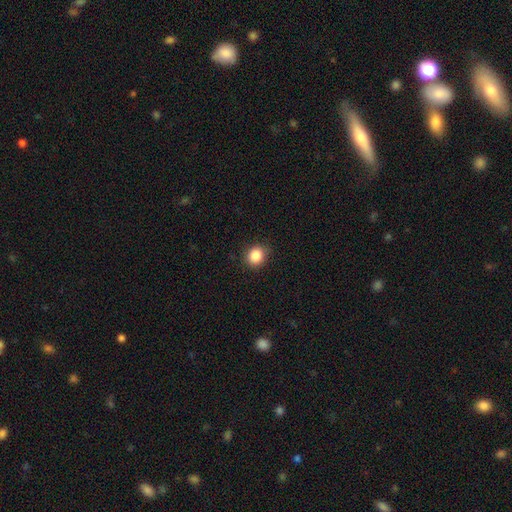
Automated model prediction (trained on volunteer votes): Smooth or featured: smooth — 87% (star or artifact — 10%)
How rounded: round — 73% (in between — 26%)
Merging: none — 87% (minor disturbance — 10%)